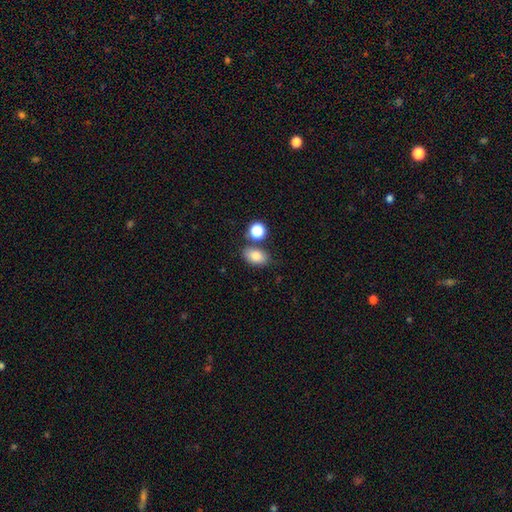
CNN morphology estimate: Smooth or featured? Predicted: smooth (p=0.83). How rounded? Predicted: in between (p=0.85). Merging? Predicted: none (p=0.72).